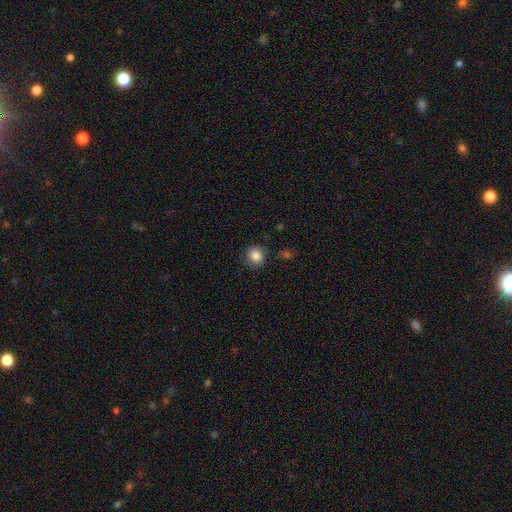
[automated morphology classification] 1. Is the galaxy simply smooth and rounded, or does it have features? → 86% smooth, 9% star or artifact, 5% featured or disk.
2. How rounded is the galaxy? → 81% round, 19% in between, 1% cigar-shaped.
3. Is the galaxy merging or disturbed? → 80% none, 14% minor disturbance, 4% major disturbance, 2% merger.